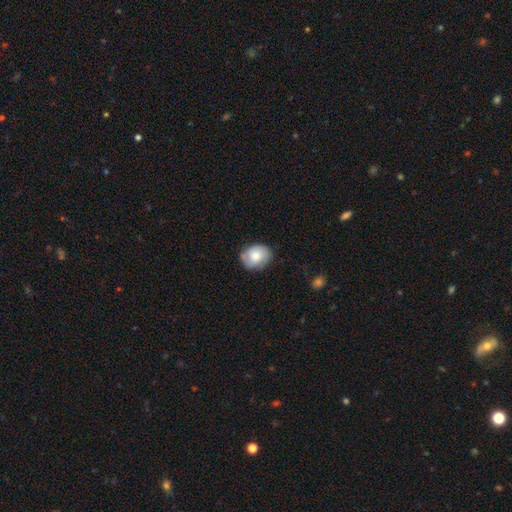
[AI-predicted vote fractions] A smooth galaxy with no disk features (62%) that is round (50%).

Vote fractions:
- Smooth or featured? smooth: 62% / featured or disk: 31% / star or artifact: 7%
- How rounded? round: 50% / in between: 49% / cigar-shaped: 1%
- Merging? none: 72% / minor disturbance: 21% / major disturbance: 5% / merger: 2%